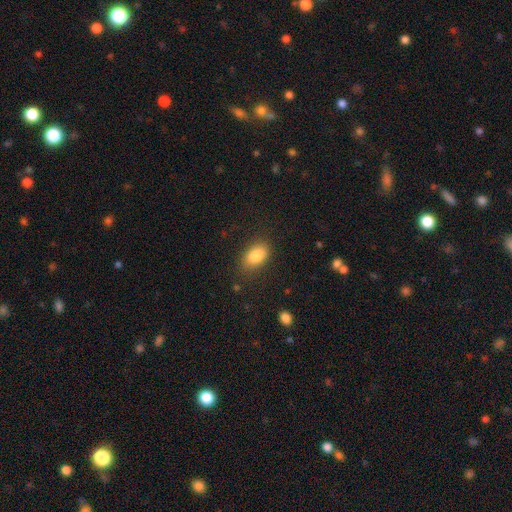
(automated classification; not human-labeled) Overall: smooth (86%). How rounded: in between (90%). Merging: none (80%).